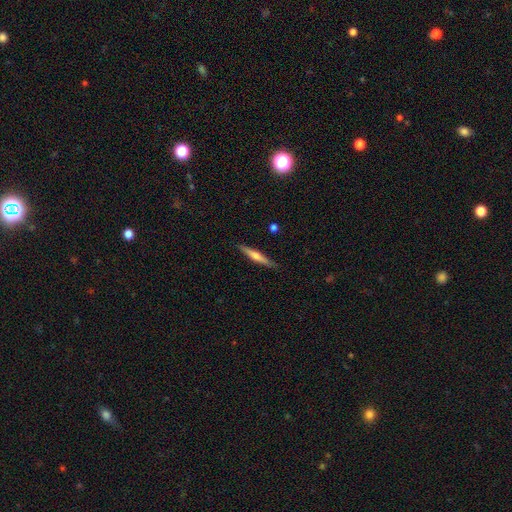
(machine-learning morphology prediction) Smooth or featured: smooth — 48% (featured or disk — 46%)
Merging: none — 89% (minor disturbance — 9%)